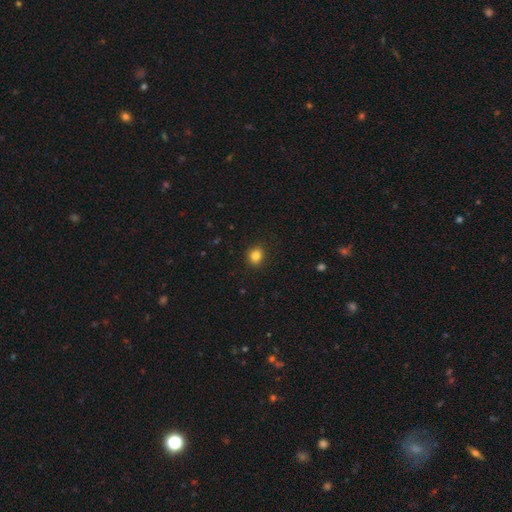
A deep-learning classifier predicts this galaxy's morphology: Smooth or featured? Predicted: smooth (p=0.84). How rounded? Predicted: round (p=0.72). Merging? Predicted: none (p=0.90).